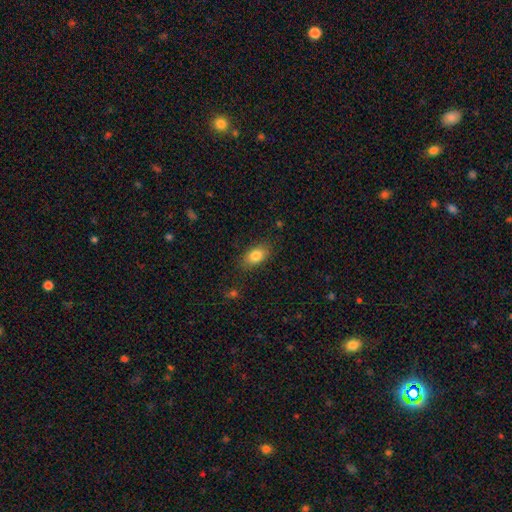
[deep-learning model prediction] The model was most divided on "merging": none: 83%, minor disturbance: 12%, major disturbance: 3%, merger: 1%. More confident: how rounded — in between (87%); smooth or featured — smooth (83%).